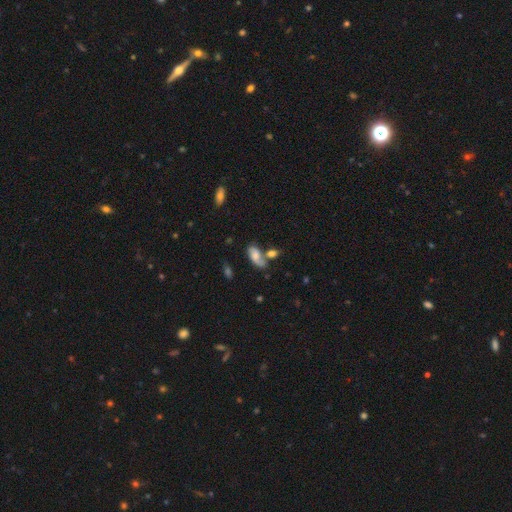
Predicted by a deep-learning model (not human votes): Morphology: type=smooth (56%); roundness=in between (88%); merging=merger (36%, tied with none).